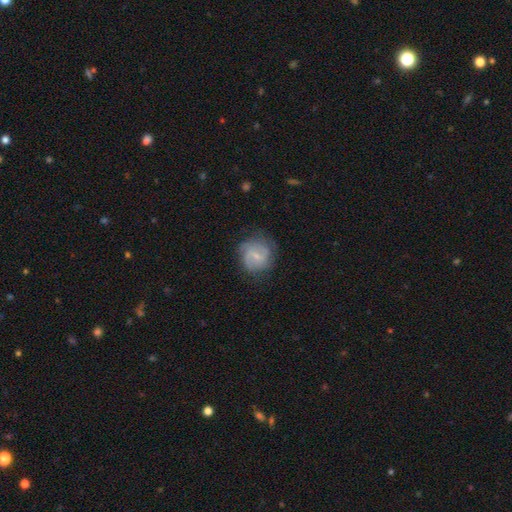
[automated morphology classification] A featured or disk galaxy (57%) with a weak bar (55%), spiral arms (84%) and a small central bulge (68%).

Vote fractions:
- Smooth or featured? featured or disk: 57% / smooth: 37% / star or artifact: 7%
- Edge-on disk? no: 98% / yes: 2%
- Bar? weak: 55% / no: 32% / strong: 12%
- Spiral arms? yes: 84% / no: 16%
- Bulge size? small: 68% / moderate: 23% / none: 8% / large: 1% / dominant: 1%
- Merging? none: 71% / minor disturbance: 20% / major disturbance: 8% / merger: 1%